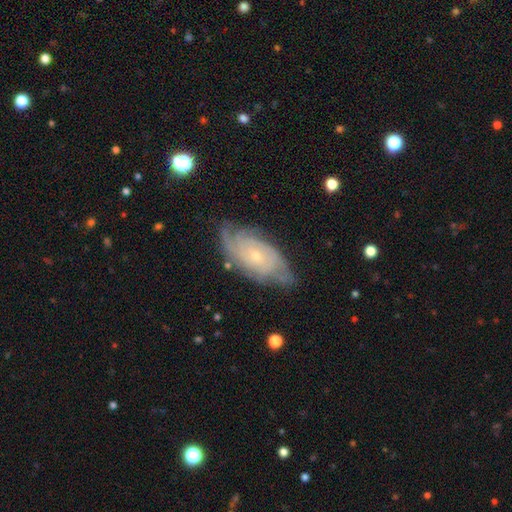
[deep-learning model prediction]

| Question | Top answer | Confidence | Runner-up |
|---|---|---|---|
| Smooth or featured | featured or disk | 82% | smooth (12%) |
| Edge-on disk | no | 94% | yes (6%) |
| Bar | no | 77% | weak (20%) |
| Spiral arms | yes | 94% | no (6%) |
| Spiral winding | tight | 67% | medium (26%) |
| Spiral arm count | can't tell | 37% | 2 (23%) |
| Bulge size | small | 77% | moderate (19%) |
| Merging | none | 72% | minor disturbance (20%) |